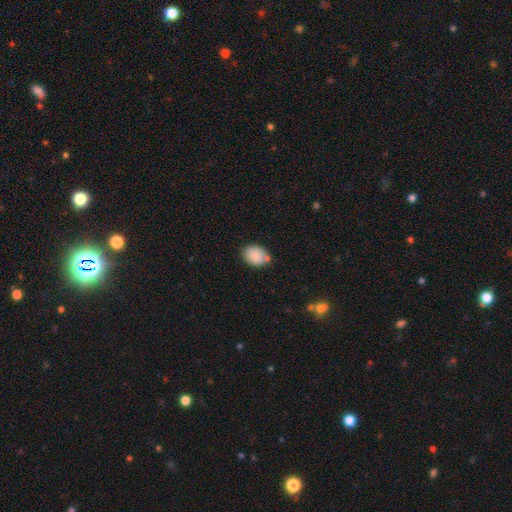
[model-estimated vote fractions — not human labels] smooth_or_featured: smooth (p=0.84) [alt: featured or disk p=0.09]
how_rounded: in between (p=0.73) [alt: round p=0.26]
merging: none (p=0.66) [alt: minor disturbance p=0.20]